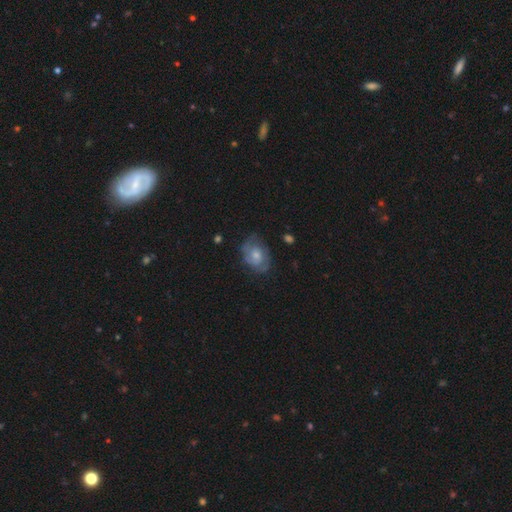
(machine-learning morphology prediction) A featured or disk galaxy (51%). Merging: none (61%).